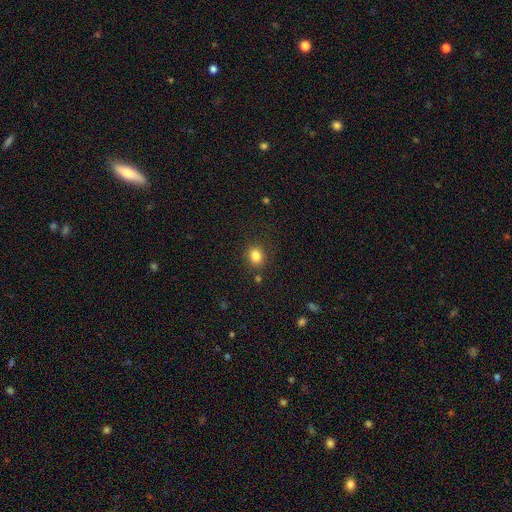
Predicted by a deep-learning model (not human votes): Smooth or featured: smooth — 83% (star or artifact — 11%)
How rounded: round — 72% (in between — 27%)
Merging: none — 85% (minor disturbance — 9%)